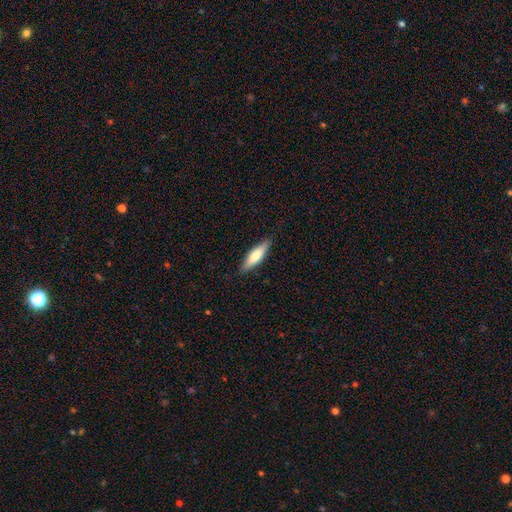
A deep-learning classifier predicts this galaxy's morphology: smooth 72%, featured or disk 23%, star or artifact 5%. Down the decision tree: how rounded — cigar-shaped (68%); merging — none (87%).